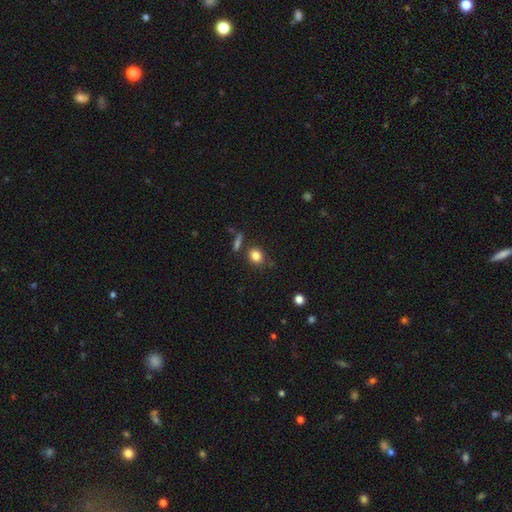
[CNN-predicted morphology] smooth-or-featured: smooth: 83% | star or artifact: 11% | featured or disk: 6%
  how-rounded: round: 67% | in between: 31% | cigar-shaped: 2%
  merging: none: 78% | minor disturbance: 11% | merger: 8% | major disturbance: 3%